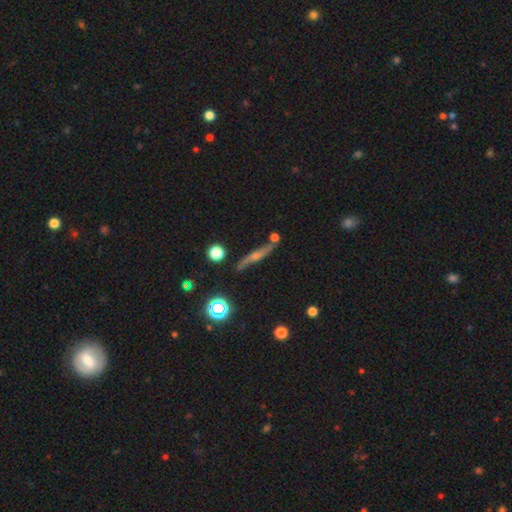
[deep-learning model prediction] featured or disk 65%, smooth 22%, star or artifact 12%. Down the decision tree: edge-on disk — yes (83%); edge-on bulge — rounded (78%); merging — none (75%).